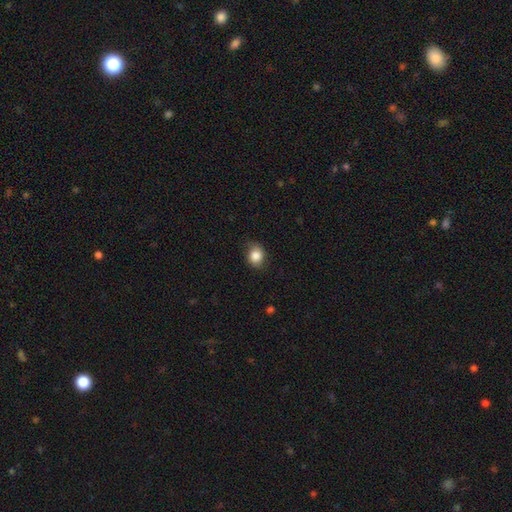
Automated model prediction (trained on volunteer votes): This is clearly a smooth galaxy (85%). How rounded: likely round (61%). Merging: likely none (76%).